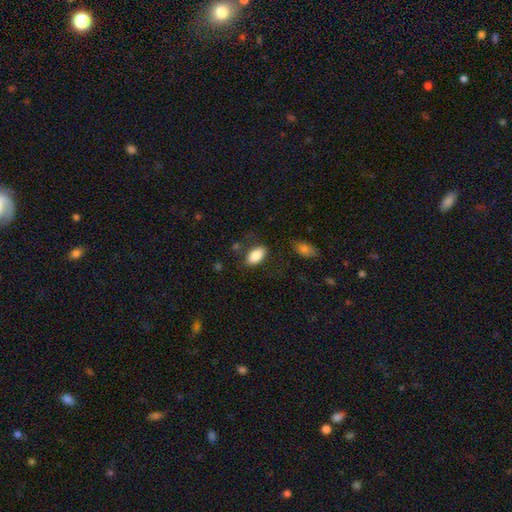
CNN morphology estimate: This appears to be a smooth galaxy with no disk features (86%) that is in between round and cigar-shaped (93%). Merging: none (79%).